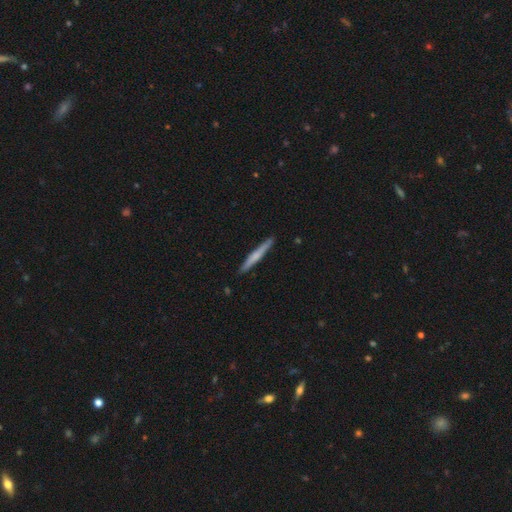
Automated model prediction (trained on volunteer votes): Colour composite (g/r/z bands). It shows a smooth galaxy with no disk features (52%) that is cigar-shaped (96%). Merging: none (90%).